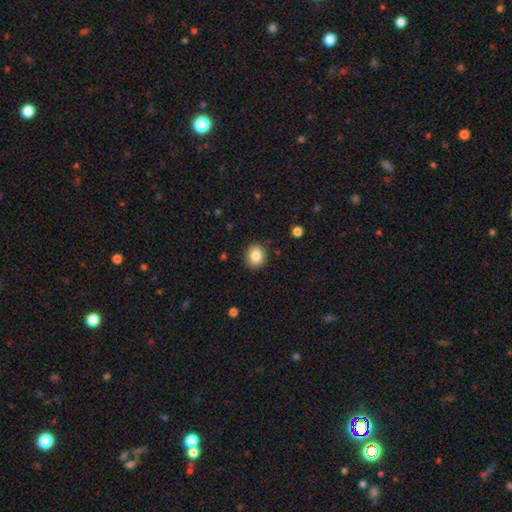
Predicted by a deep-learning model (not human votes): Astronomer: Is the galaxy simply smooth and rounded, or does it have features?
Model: smooth — 84%.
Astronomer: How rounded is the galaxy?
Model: round — 70%.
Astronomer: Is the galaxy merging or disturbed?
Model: none — 89%.